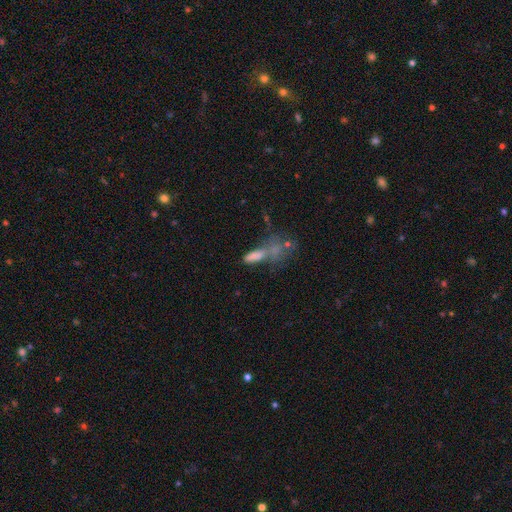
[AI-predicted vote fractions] smooth_or_featured: smooth (p=0.69) [alt: featured or disk p=0.17]
how_rounded: in between (p=0.54) [alt: cigar-shaped p=0.40]
merging: merger (p=0.37) [alt: none p=0.28]